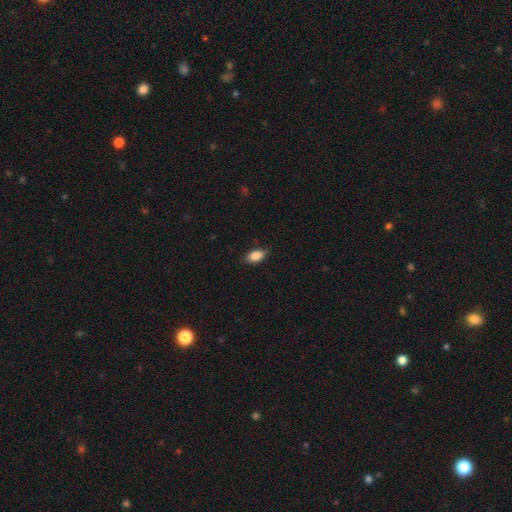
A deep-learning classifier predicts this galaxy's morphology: A smooth galaxy with no disk features (86%) that is in between round and cigar-shaped (90%).

Vote fractions:
- Smooth or featured? smooth: 86% / star or artifact: 7% / featured or disk: 7%
- How rounded? in between: 90% / cigar-shaped: 5% / round: 5%
- Merging? none: 83% / minor disturbance: 14% / major disturbance: 2% / merger: 1%